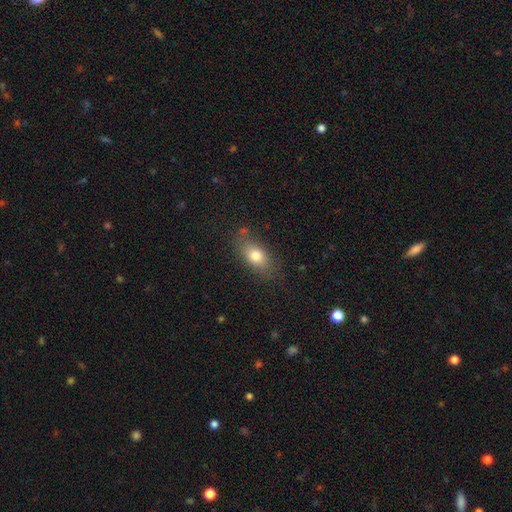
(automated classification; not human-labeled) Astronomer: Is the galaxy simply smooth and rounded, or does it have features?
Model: smooth — 76%.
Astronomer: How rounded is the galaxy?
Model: in between — 82%.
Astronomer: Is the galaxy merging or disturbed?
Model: none — 73%.